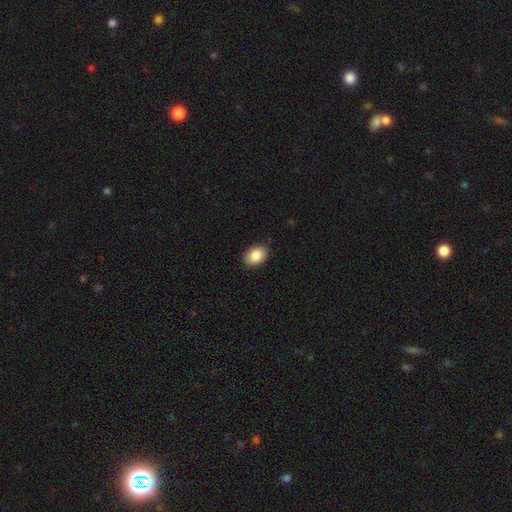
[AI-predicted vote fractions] Smooth or featured?
  - smooth: 87% *
  - star or artifact: 7%
  - featured or disk: 6%
How rounded?
  - in between: 79% *
  - round: 20%
  - cigar-shaped: 1%
Merging?
  - none: 87% *
  - minor disturbance: 10%
  - major disturbance: 2%
  - merger: 1%